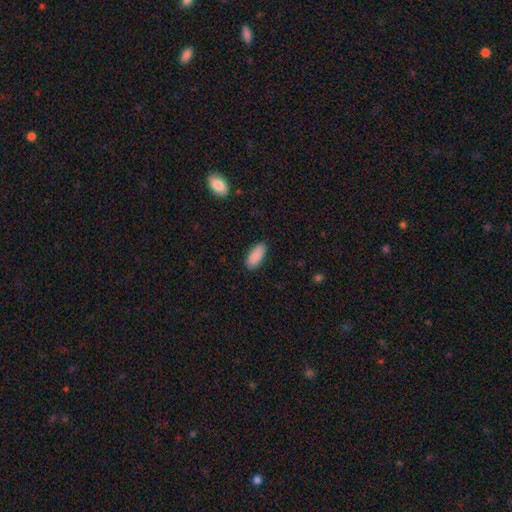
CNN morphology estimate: Smooth or featured? Predicted: smooth (p=0.90). How rounded? Predicted: in between (p=0.88). Merging? Predicted: none (p=0.88).